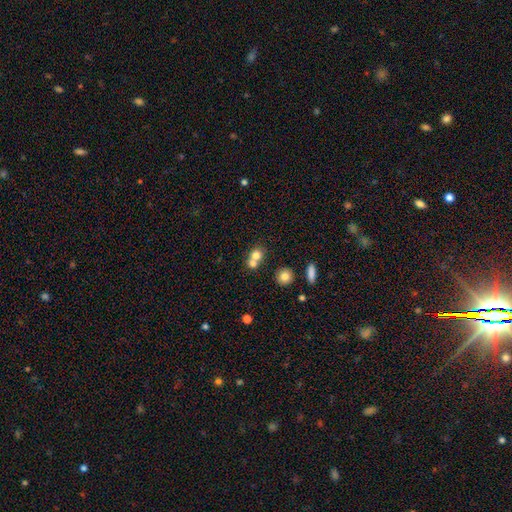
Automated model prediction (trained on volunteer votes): smooth 74%, featured or disk 14%, star or artifact 12%. Down the decision tree: how rounded — round (75%); merging — merger (56%).